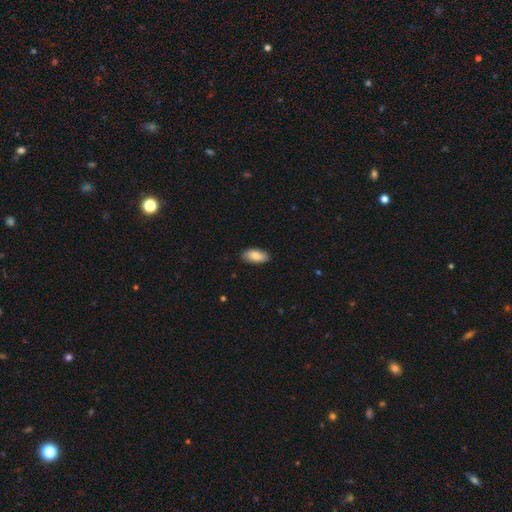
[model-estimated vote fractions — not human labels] This appears to be a smooth galaxy with no disk features (86%) that is in between round and cigar-shaped (91%). Merging: none (88%).